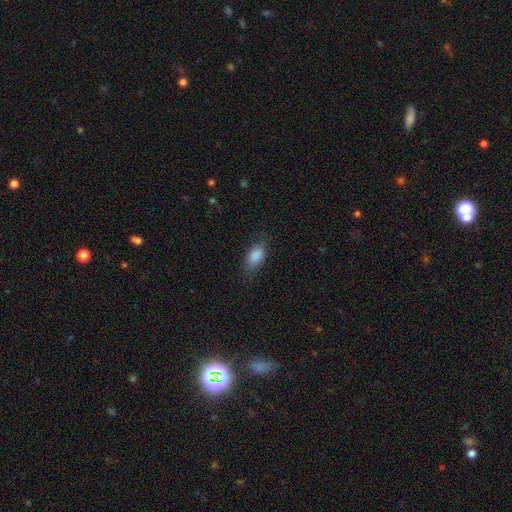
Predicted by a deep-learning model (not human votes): Q: Smooth or featured?
A: smooth (86%); runner-up: star or artifact (7%)
Q: How rounded?
A: in between (89%); runner-up: cigar-shaped (6%)
Q: Merging?
A: none (76%); runner-up: minor disturbance (17%)